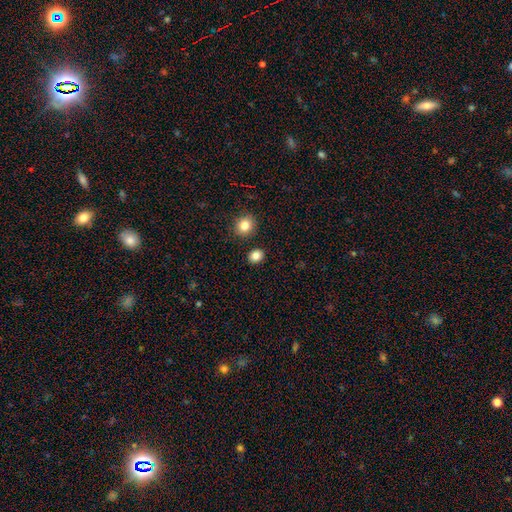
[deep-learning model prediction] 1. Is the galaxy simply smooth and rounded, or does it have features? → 84% smooth, 11% star or artifact, 5% featured or disk.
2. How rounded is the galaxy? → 61% round, 38% in between, 1% cigar-shaped.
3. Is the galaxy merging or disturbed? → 86% none, 7% minor disturbance, 5% merger, 2% major disturbance.